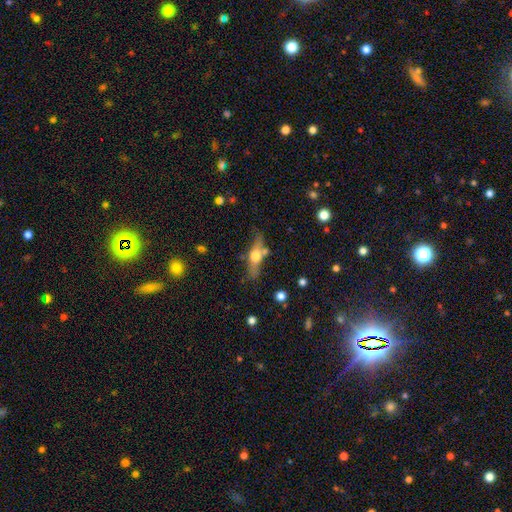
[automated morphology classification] featured or disk 51%, smooth 42%, star or artifact 7%. Down the decision tree: edge-on disk — yes (82%); merging — none (63%).